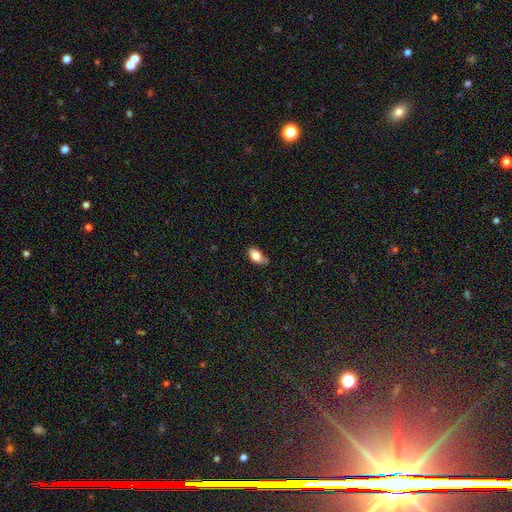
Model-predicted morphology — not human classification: Q: Smooth or featured?
A: smooth (80%); runner-up: featured or disk (12%)
Q: How rounded?
A: in between (91%); runner-up: round (6%)
Q: Merging?
A: none (63%); runner-up: minor disturbance (27%)